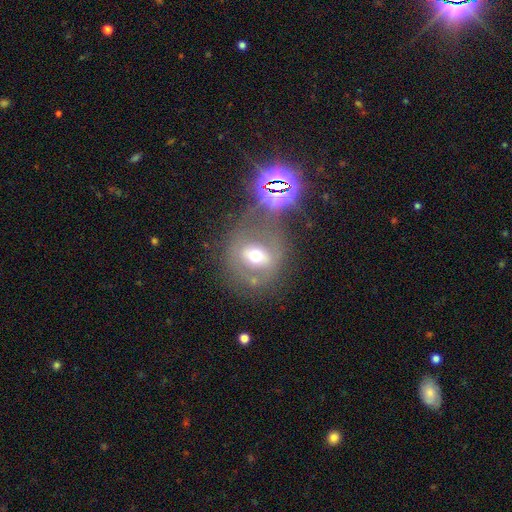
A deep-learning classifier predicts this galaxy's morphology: Smooth or featured?
  - featured or disk: 44% *
  - star or artifact: 28%
  - smooth: 28%
Merging?
  - none: 64% *
  - merger: 16%
  - minor disturbance: 13%
  - major disturbance: 8%